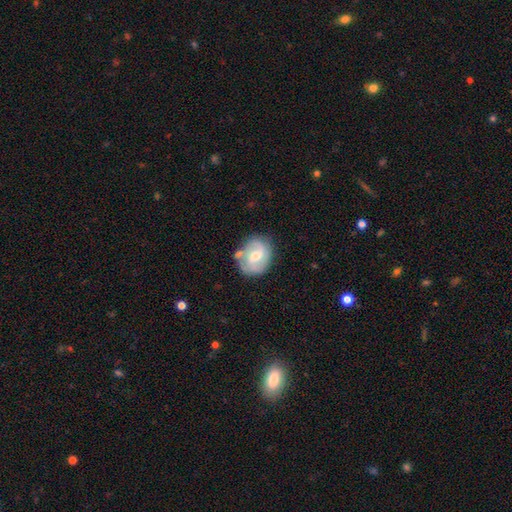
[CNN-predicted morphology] This is likely a featured or disk galaxy (68%). It is clearly not viewed edge-on (97%). Bar: possibly weak (53%). Spiral arm pattern: clearly yes (83%). Spiral arm count: likely 2 (76%). Spiral winding: possibly medium (47%). Central bulge: likely moderate (66%). Merging: likely none (63%).